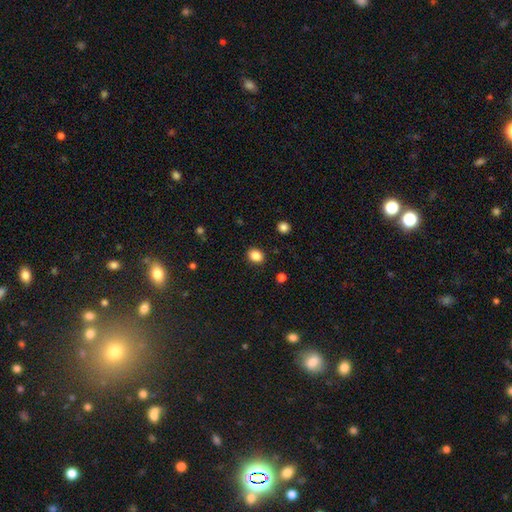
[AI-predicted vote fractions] A smooth galaxy with no disk features (86%) that is in between round and cigar-shaped (52%). Merging: none (89%).